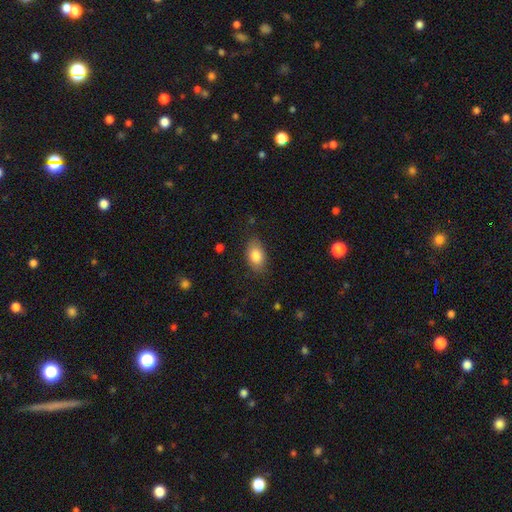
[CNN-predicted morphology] Smooth or featured?
  - smooth: 83% *
  - featured or disk: 9%
  - star or artifact: 7%
How rounded?
  - in between: 89% *
  - round: 9%
  - cigar-shaped: 2%
Merging?
  - none: 81% *
  - minor disturbance: 15%
  - major disturbance: 3%
  - merger: 1%